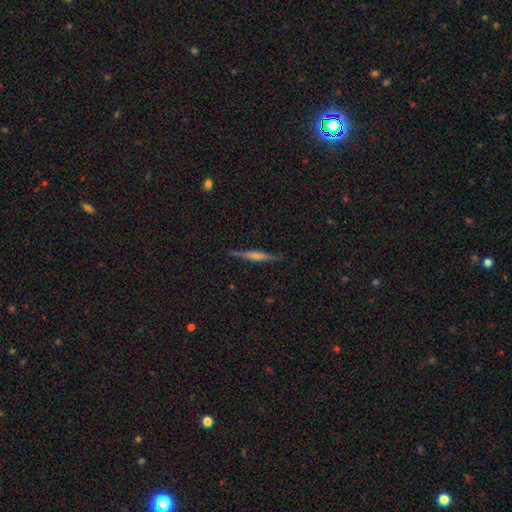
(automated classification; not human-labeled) The model was most divided on "edge-on bulge": rounded: 43%, none: 32%, boxy: 25%. More confident: edge-on disk — yes (97%); merging — none (88%); smooth or featured — featured or disk (61%).